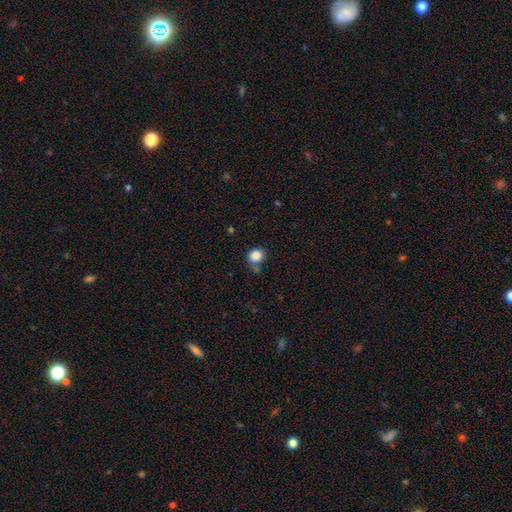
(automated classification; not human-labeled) Morphology: type=smooth (85%); roundness=round (76%); merging=none (70%).